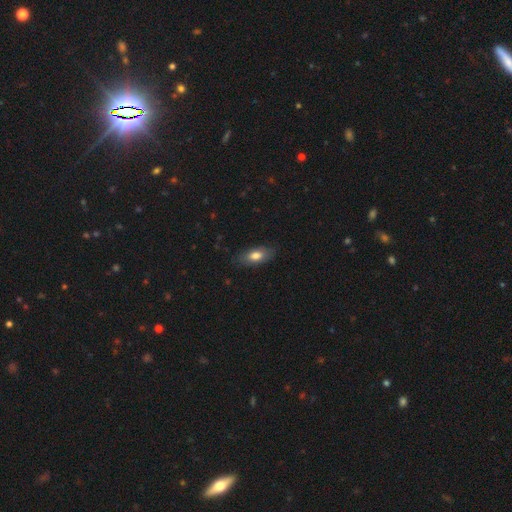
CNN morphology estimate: smooth-or-featured: smooth: 77% | featured or disk: 17% | star or artifact: 7%
  how-rounded: in between: 85% | cigar-shaped: 12% | round: 3%
  merging: none: 82% | minor disturbance: 14% | major disturbance: 3% | merger: 1%